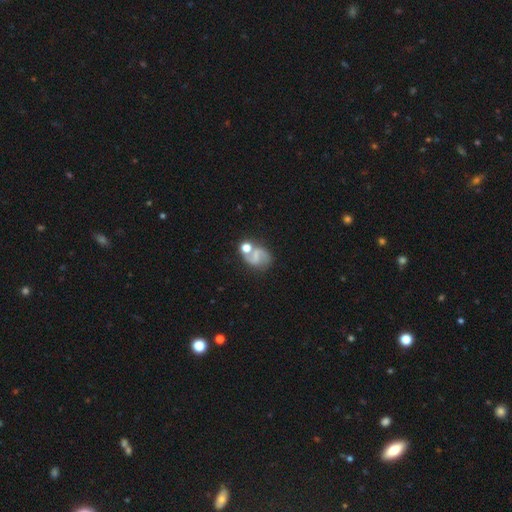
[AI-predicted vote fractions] Q: Smooth or featured?
A: featured or disk (61%); runner-up: smooth (27%)
Q: Edge-on disk?
A: no (98%); runner-up: yes (2%)
Q: Bar?
A: weak (42%); runner-up: no (39%)
Q: Spiral arms?
A: yes (83%); runner-up: no (17%)
Q: Bulge size?
A: none (42%); runner-up: small (36%)
Q: Merging?
A: none (48%); runner-up: merger (22%)